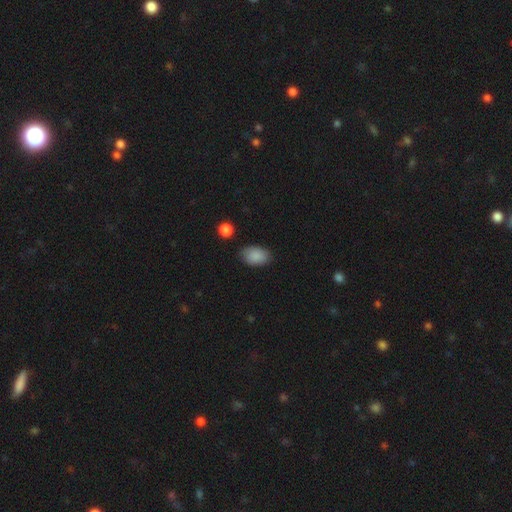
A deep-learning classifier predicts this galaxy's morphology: Smooth or featured: smooth — 88% (star or artifact — 7%)
How rounded: in between — 89% (round — 10%)
Merging: none — 81% (minor disturbance — 14%)